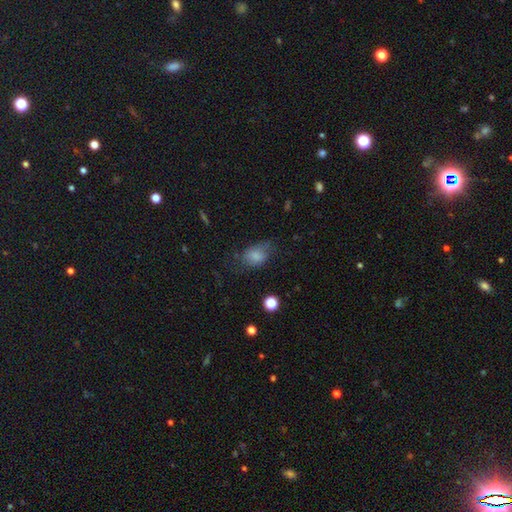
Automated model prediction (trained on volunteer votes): A smooth galaxy with no disk features (78%) that is in between round and cigar-shaped (80%). Merging: none (51%).